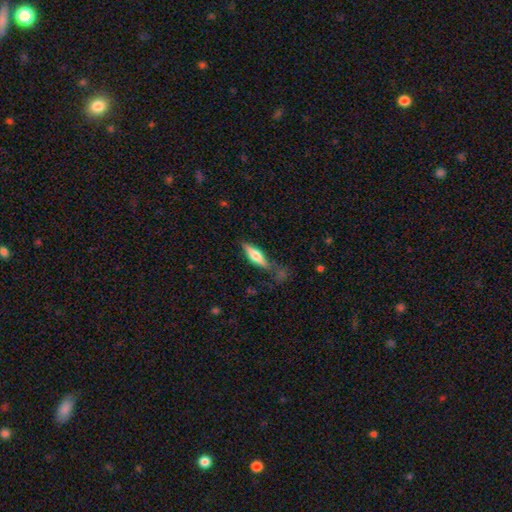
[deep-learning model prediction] smooth 53%, featured or disk 41%, star or artifact 6%. Down the decision tree: how rounded — cigar-shaped (59%); merging — none (66%).